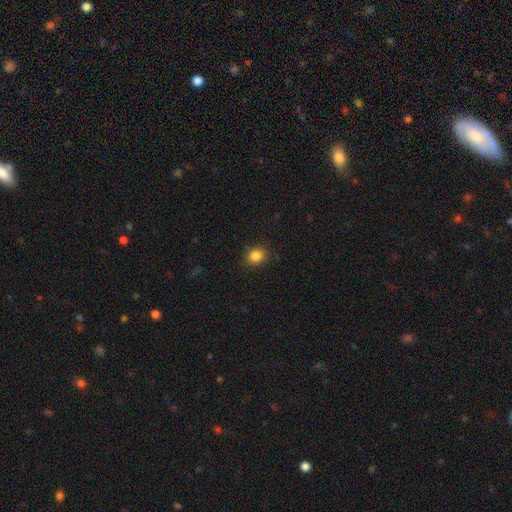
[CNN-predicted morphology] This is clearly a smooth galaxy (85%). How rounded: likely round (71%). Merging: clearly none (86%).